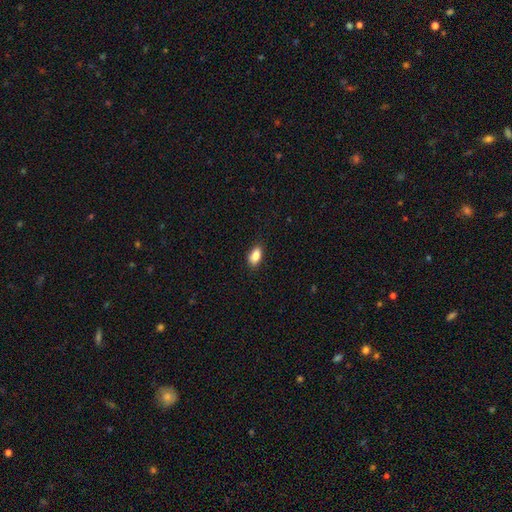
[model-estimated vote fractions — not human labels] Smooth or featured: smooth — 87% (star or artifact — 8%)
How rounded: in between — 89% (round — 5%)
Merging: none — 87% (minor disturbance — 10%)